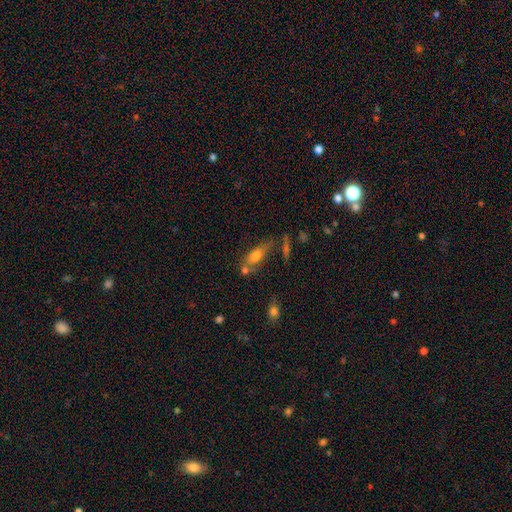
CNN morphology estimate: smooth 64%, featured or disk 26%, star or artifact 10%. Down the decision tree: how rounded — in between (62%); merging — none (48%).